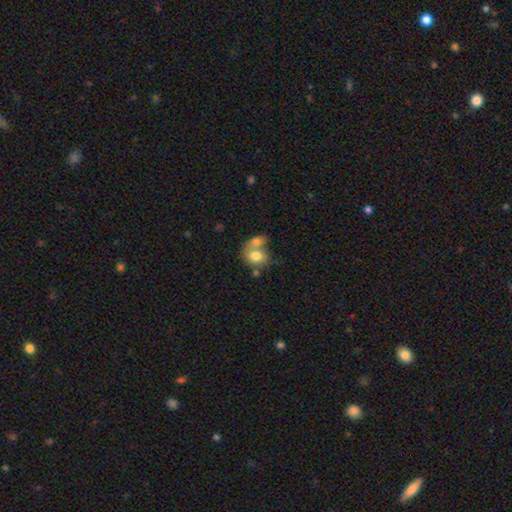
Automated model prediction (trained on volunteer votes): Morphology: type=smooth (74%); roundness=round (50%); merging=merger (65%).